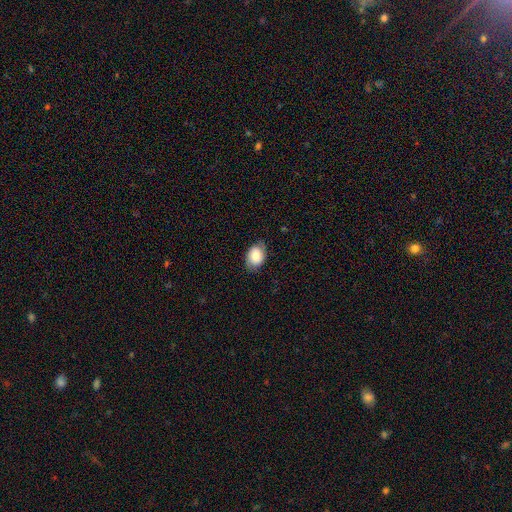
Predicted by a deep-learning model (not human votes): A smooth galaxy with no disk features (69%) that is in between round and cigar-shaped (82%).

Vote fractions:
- Smooth or featured? smooth: 69% / featured or disk: 24% / star or artifact: 8%
- How rounded? in between: 82% / round: 16% / cigar-shaped: 1%
- Merging? none: 78% / minor disturbance: 17% / major disturbance: 4% / merger: 1%